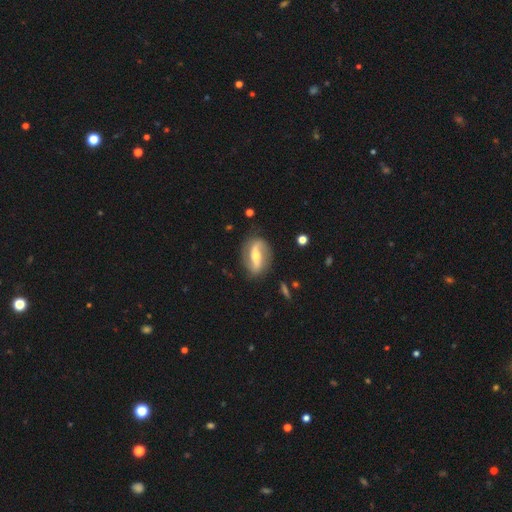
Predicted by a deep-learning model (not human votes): Morphology: type=featured or disk (83%); edge-on=no (92%); bar=strong (56%); spiral arms=yes (90%); winding=loose (57%); arm count=2 (90%); bulge=moderate (60%); merging=none (82%).